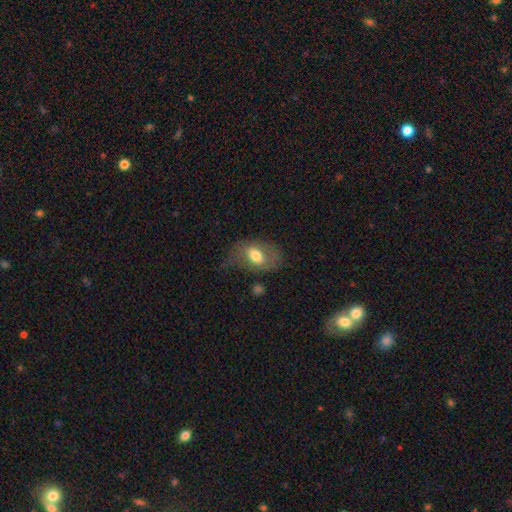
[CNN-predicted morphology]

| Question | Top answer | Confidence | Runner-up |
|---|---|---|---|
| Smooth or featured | smooth | 61% | featured or disk (31%) |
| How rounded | in between | 85% | round (13%) |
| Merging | none | 48% | minor disturbance (28%) |